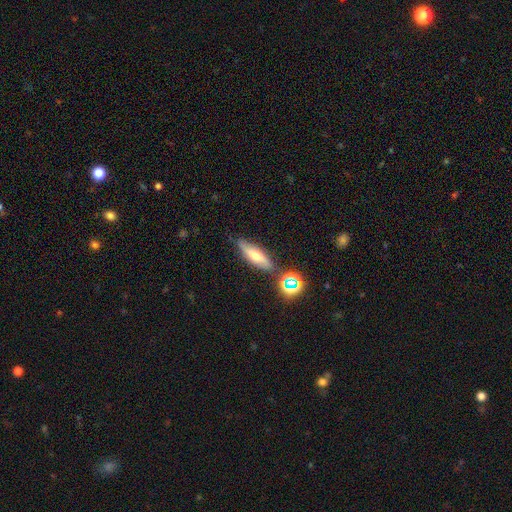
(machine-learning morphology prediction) A smooth galaxy with no disk features (47%). Merging: none (73%).